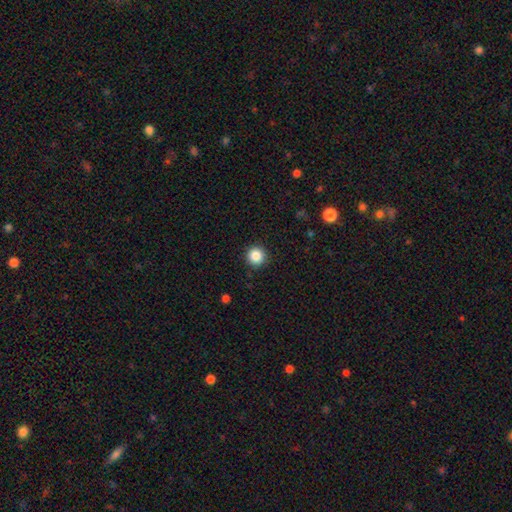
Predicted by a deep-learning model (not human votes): smooth_or_featured: smooth (p=0.86) [alt: star or artifact p=0.10]
how_rounded: round (p=0.96) [alt: in between p=0.03]
merging: none (p=0.92) [alt: minor disturbance p=0.05]